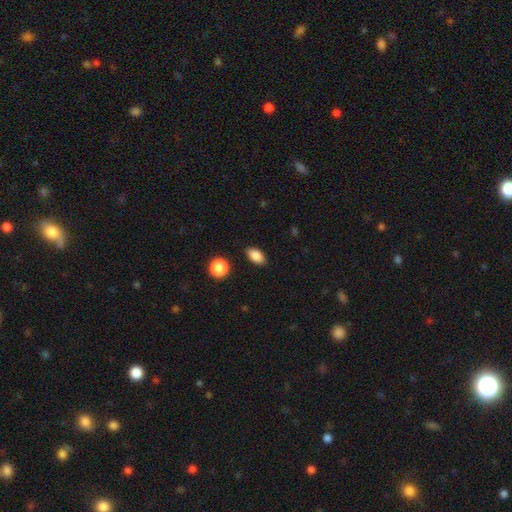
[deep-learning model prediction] Q: Smooth or featured?
A: smooth (86%); runner-up: star or artifact (8%)
Q: How rounded?
A: in between (88%); runner-up: round (9%)
Q: Merging?
A: none (86%); runner-up: minor disturbance (10%)